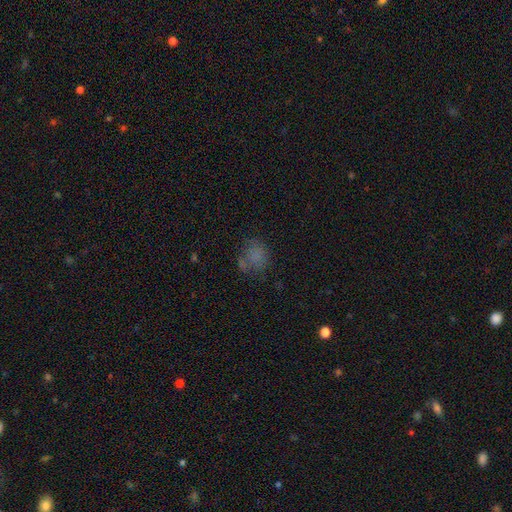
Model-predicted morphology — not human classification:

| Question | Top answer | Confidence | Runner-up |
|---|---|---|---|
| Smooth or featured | smooth | 72% | star or artifact (17%) |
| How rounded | round | 68% | in between (31%) |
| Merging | none | 58% | minor disturbance (19%) |